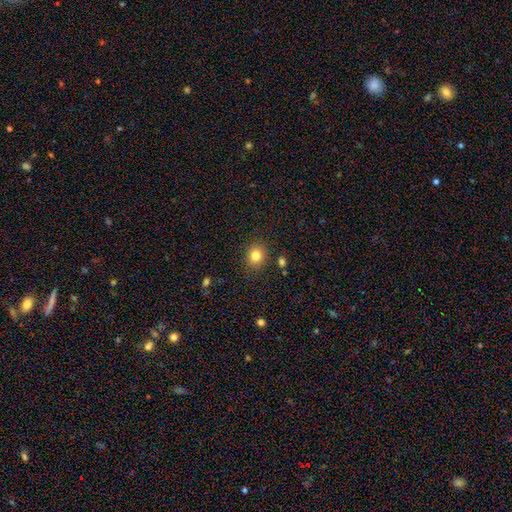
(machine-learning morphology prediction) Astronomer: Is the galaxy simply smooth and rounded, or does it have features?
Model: smooth — 82%.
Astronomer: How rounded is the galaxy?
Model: round — 74%.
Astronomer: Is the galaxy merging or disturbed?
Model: none — 87%.